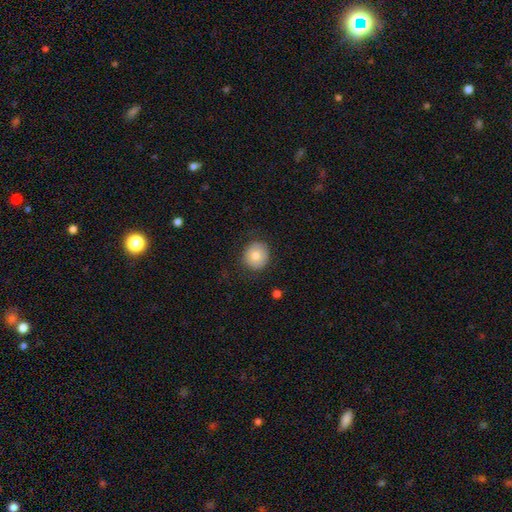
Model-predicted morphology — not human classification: Smooth or featured: smooth — 78% (featured or disk — 14%)
How rounded: round — 86% (in between — 13%)
Merging: none — 83% (minor disturbance — 12%)